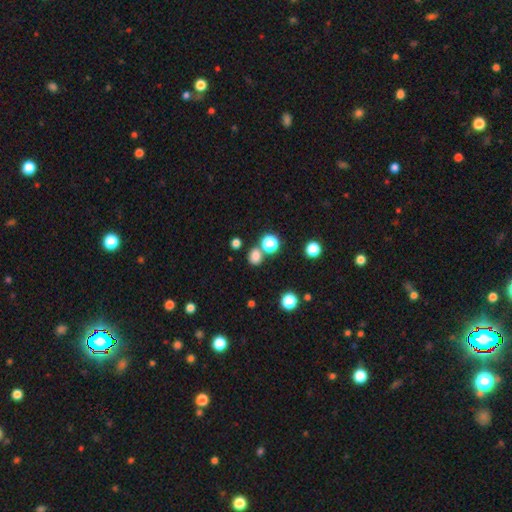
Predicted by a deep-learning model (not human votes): smooth-or-featured: smooth: 77% | star or artifact: 18% | featured or disk: 5%
  how-rounded: round: 69% | in between: 30% | cigar-shaped: 1%
  merging: none: 70% | merger: 17% | minor disturbance: 9% | major disturbance: 4%